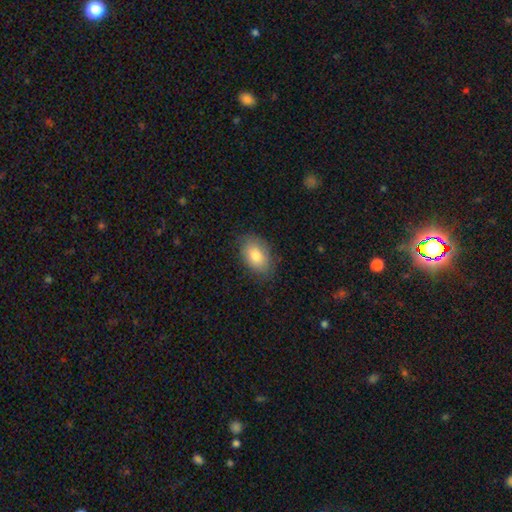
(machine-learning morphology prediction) Smooth or featured? Predicted: smooth (p=0.80). How rounded? Predicted: in between (p=0.88). Merging? Predicted: none (p=0.80).